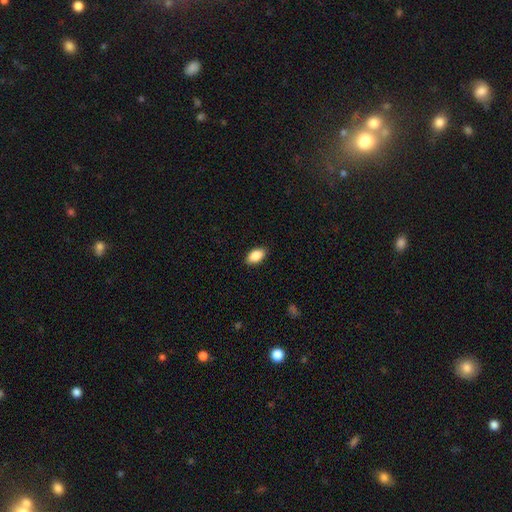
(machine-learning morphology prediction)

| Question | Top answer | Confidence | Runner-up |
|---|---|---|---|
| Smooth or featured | smooth | 89% | star or artifact (7%) |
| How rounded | in between | 93% | round (4%) |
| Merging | none | 89% | minor disturbance (9%) |